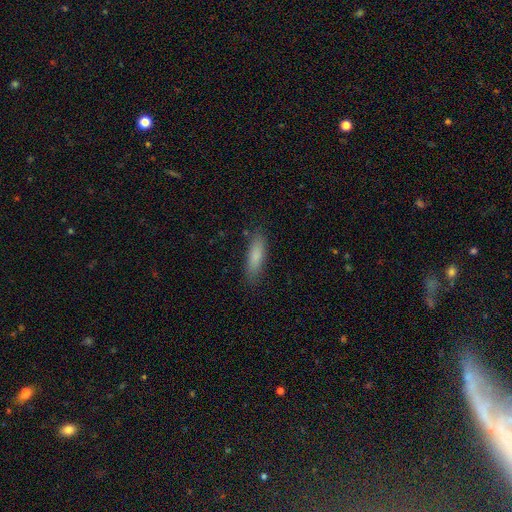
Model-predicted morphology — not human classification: A smooth galaxy with no disk features (83%) that is cigar-shaped (58%). Merging: none (84%).